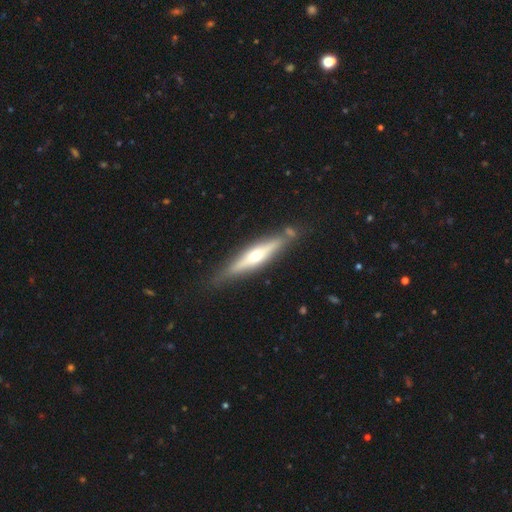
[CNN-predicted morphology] Smooth or featured? featured or disk (65%)
Edge-on disk? yes (92%)
Edge-on bulge? rounded (88%)
Merging? none (78%)